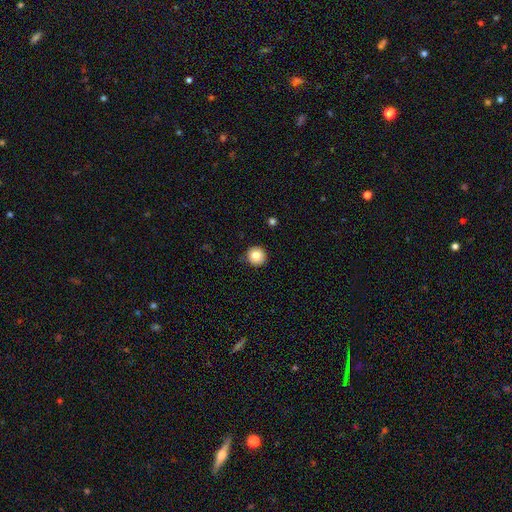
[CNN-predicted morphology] Q: Smooth or featured?
A: smooth (83%); runner-up: star or artifact (10%)
Q: How rounded?
A: round (95%); runner-up: in between (4%)
Q: Merging?
A: none (89%); runner-up: minor disturbance (8%)